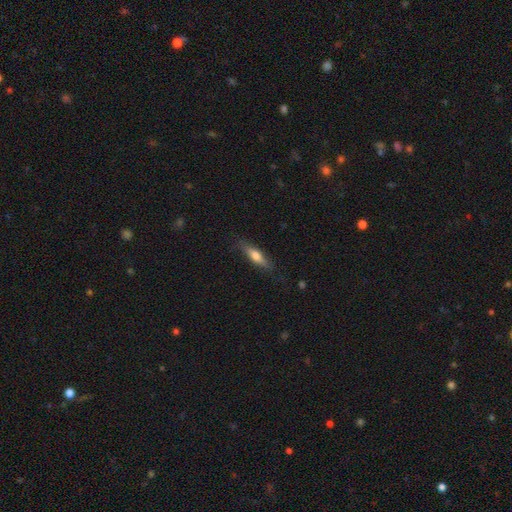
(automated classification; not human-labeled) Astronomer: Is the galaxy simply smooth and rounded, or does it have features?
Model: smooth — 60%.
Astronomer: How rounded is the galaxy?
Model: cigar-shaped — 69%.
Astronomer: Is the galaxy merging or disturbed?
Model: none — 80%.